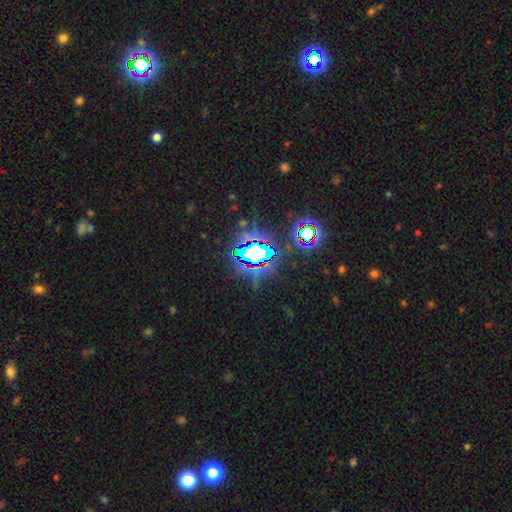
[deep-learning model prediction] This appears to be a star or artifact, not a galaxy (74%).